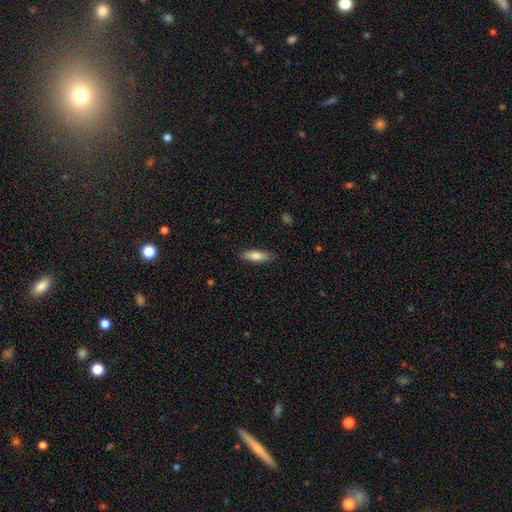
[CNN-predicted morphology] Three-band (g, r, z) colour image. It shows a smooth galaxy with no disk features (80%) that is in between round and cigar-shaped (52%). Merging: none (86%).